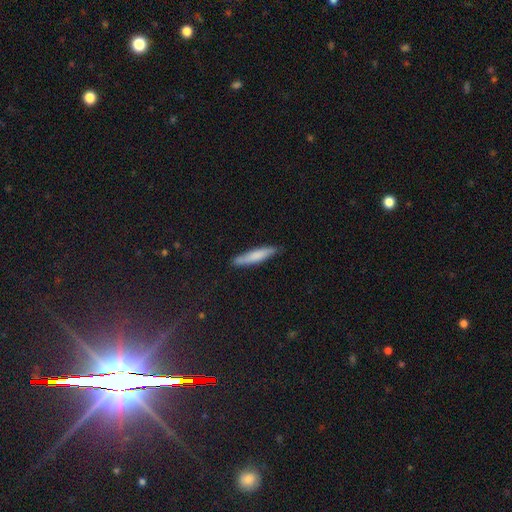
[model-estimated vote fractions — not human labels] This is likely a smooth galaxy (73%). How rounded: clearly cigar-shaped (86%). Merging: clearly none (82%).